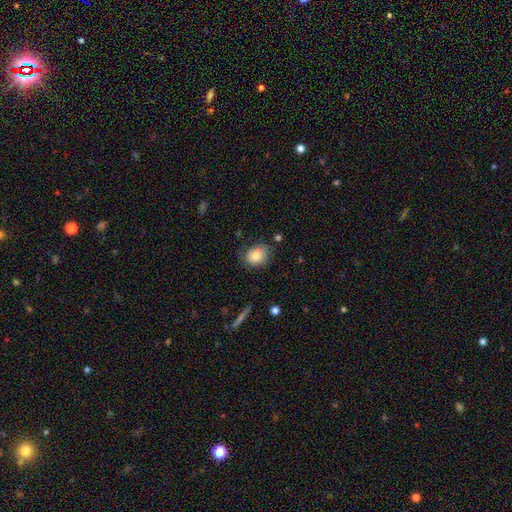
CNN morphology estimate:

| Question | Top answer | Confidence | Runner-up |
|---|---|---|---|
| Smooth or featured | smooth | 81% | featured or disk (10%) |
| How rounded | round | 53% | in between (46%) |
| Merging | none | 67% | minor disturbance (24%) |